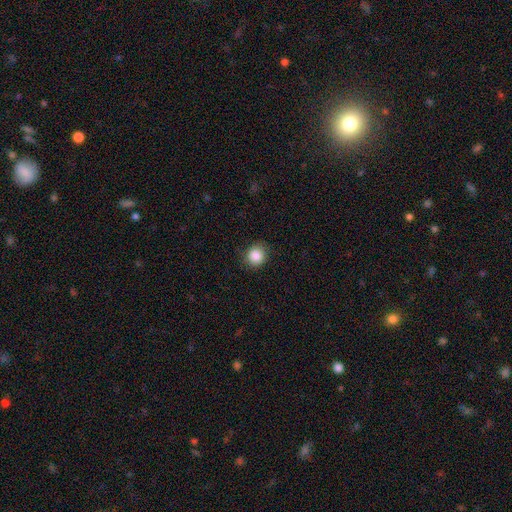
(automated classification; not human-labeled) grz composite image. It shows a smooth galaxy with no disk features (86%) that is round (85%). Merging: none (86%).